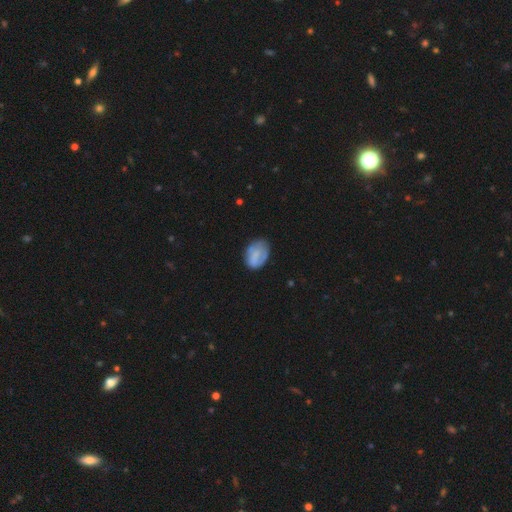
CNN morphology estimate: Smooth or featured? smooth (65%)
How rounded? in between (79%)
Merging? none (61%)